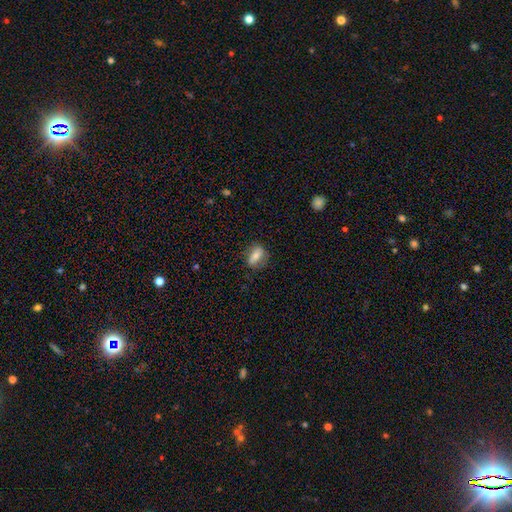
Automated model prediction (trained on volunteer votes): smooth-or-featured: smooth: 70% | featured or disk: 22% | star or artifact: 8%
  how-rounded: in between: 70% | round: 17% | cigar-shaped: 13%
  merging: none: 76% | minor disturbance: 17% | major disturbance: 6% | merger: 1%